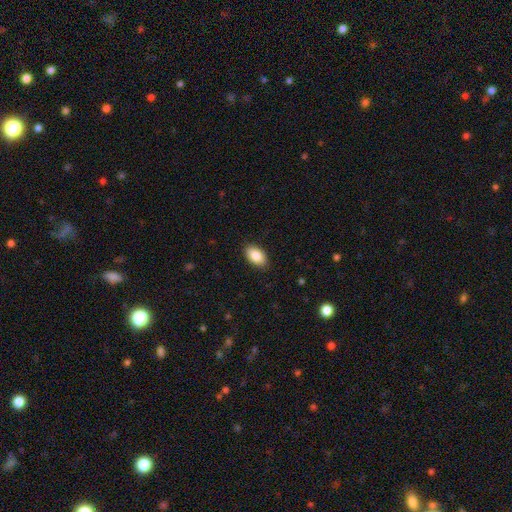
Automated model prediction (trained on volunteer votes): This appears to be a smooth galaxy with no disk features (87%) that is in between round and cigar-shaped (94%). Merging: none (88%).